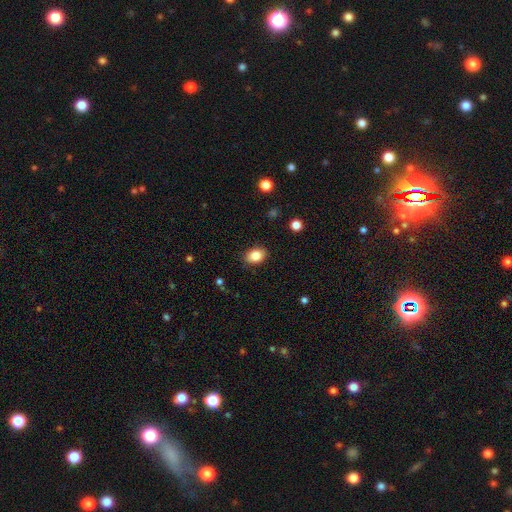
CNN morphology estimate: Q: Smooth or featured?
A: smooth (86%); runner-up: star or artifact (8%)
Q: How rounded?
A: in between (76%); runner-up: round (23%)
Q: Merging?
A: none (87%); runner-up: minor disturbance (10%)